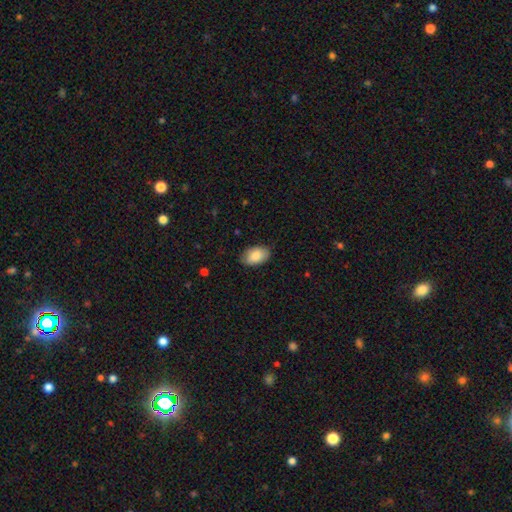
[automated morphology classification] smooth_or_featured: smooth (p=0.86) [alt: featured or disk p=0.08]
how_rounded: in between (p=0.92) [alt: round p=0.07]
merging: none (p=0.85) [alt: minor disturbance p=0.12]